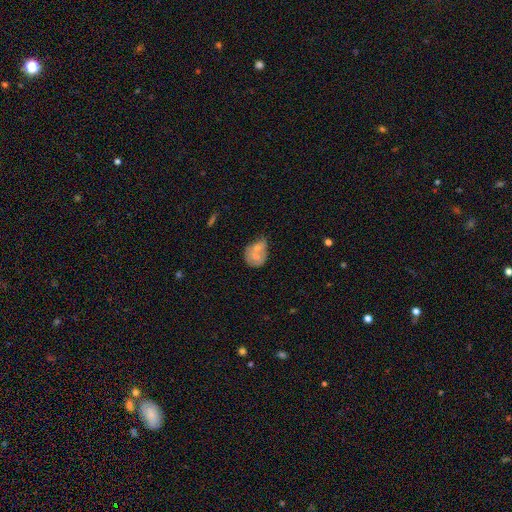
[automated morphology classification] The model was most divided on "smooth or featured": smooth: 46%, featured or disk: 43%, star or artifact: 11%. Remaining: merging — merger (43%).